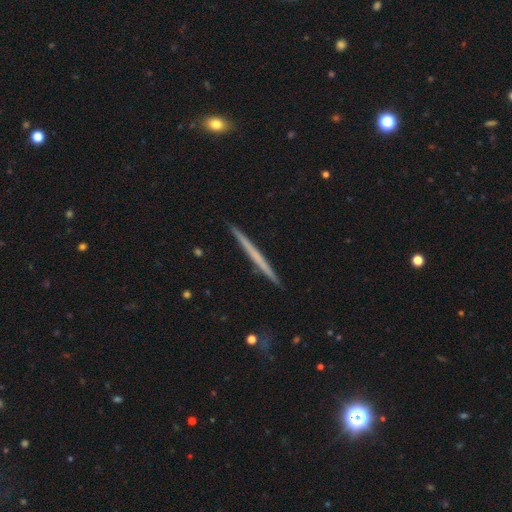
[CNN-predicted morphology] type=featured or disk (53%); edge-on=yes (98%); edge-on bulge=none (91%); merging=none (93%).